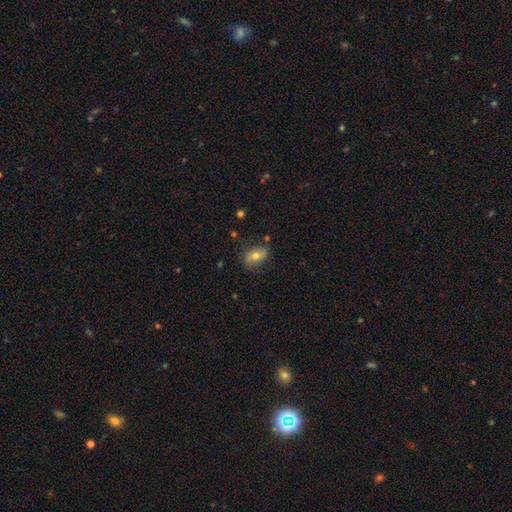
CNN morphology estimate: This appears to be a smooth galaxy with no disk features (64%) that is in between round and cigar-shaped (78%). Merging: none (75%).